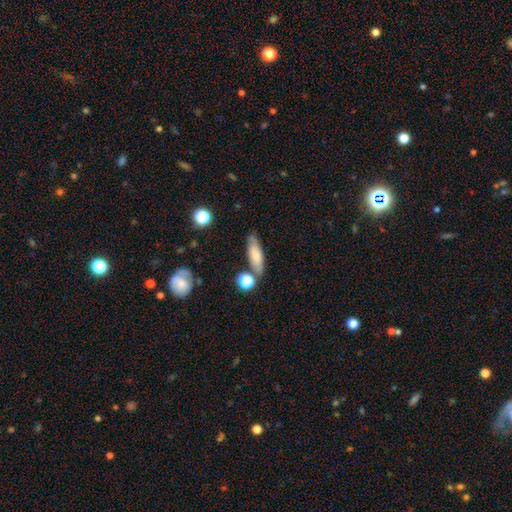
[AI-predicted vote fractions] A smooth galaxy with no disk features (71%) that is in between round and cigar-shaped (50%).

Vote fractions:
- Smooth or featured? smooth: 71% / featured or disk: 21% / star or artifact: 8%
- How rounded? in between: 50% / cigar-shaped: 47% / round: 3%
- Merging? none: 71% / minor disturbance: 16% / merger: 9% / major disturbance: 4%